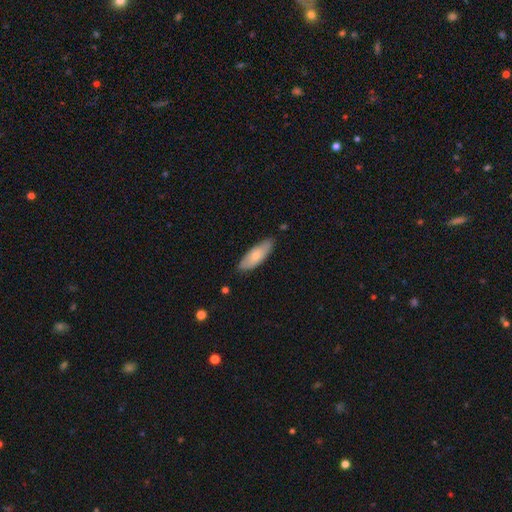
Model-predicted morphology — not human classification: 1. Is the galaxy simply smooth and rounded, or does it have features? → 68% smooth, 27% featured or disk, 5% star or artifact.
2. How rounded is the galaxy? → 65% in between, 33% cigar-shaped, 2% round.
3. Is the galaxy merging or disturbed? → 80% none, 16% minor disturbance, 2% major disturbance, 1% merger.